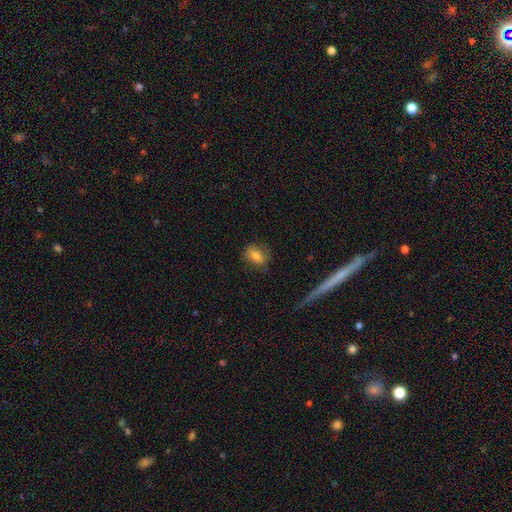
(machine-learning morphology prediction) This appears to be a smooth galaxy with no disk features (76%) that is in between round and cigar-shaped (70%). Merging: none (77%).